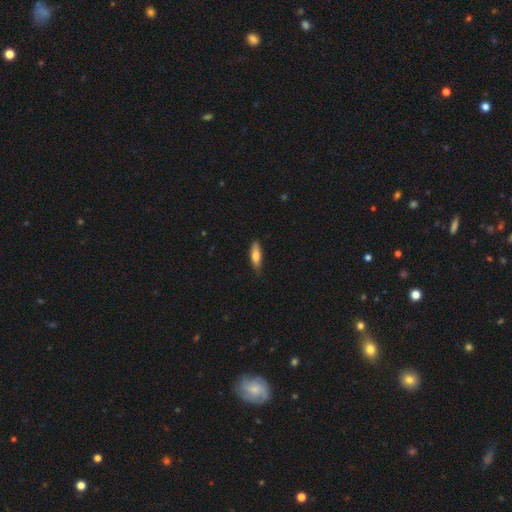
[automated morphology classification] smooth 75%, featured or disk 19%, star or artifact 6%. Down the decision tree: how rounded — cigar-shaped (54%); merging — none (74%).